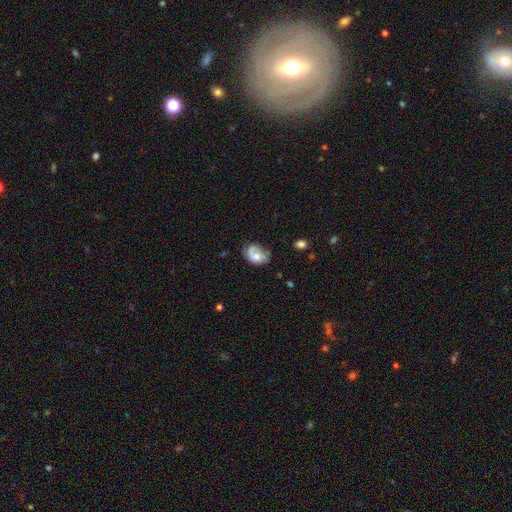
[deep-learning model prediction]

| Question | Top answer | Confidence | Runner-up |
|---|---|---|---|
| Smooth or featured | smooth | 51% | featured or disk (41%) |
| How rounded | in between | 71% | round (28%) |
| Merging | none | 41% | minor disturbance (34%) |